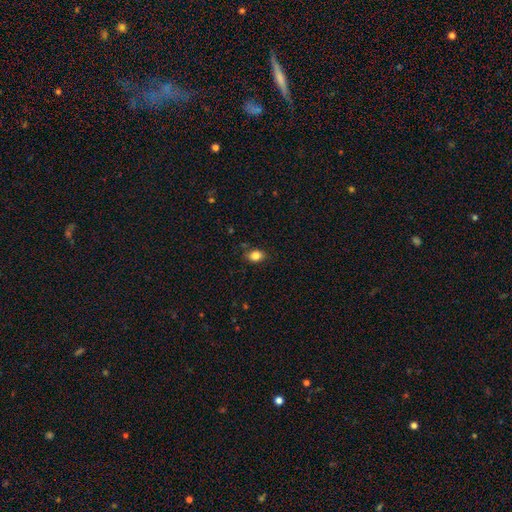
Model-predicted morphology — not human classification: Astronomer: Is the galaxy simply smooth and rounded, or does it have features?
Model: smooth — 84%.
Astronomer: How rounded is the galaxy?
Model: in between — 71%.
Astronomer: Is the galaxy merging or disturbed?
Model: none — 82%.